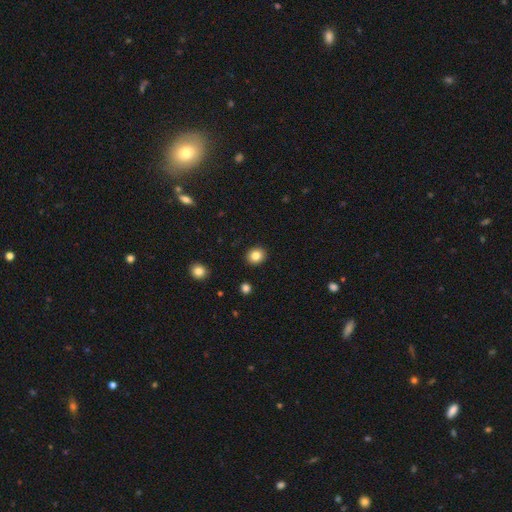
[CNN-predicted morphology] smooth 84%, star or artifact 10%, featured or disk 6%. Down the decision tree: how rounded — round (74%); merging — none (92%).